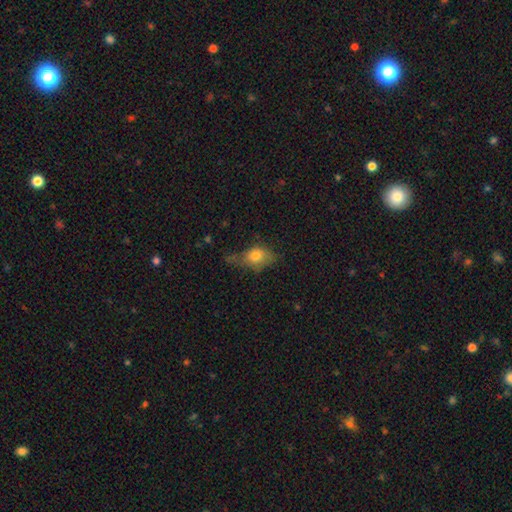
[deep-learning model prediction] Overall: smooth (75%). How rounded: in between (71%). Merging: minor disturbance (36%; none 32%).